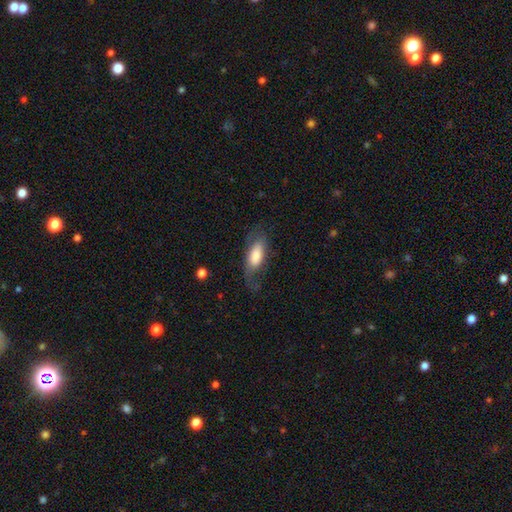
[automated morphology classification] Smooth or featured?
  - smooth: 61% *
  - featured or disk: 32%
  - star or artifact: 7%
How rounded?
  - in between: 79% *
  - cigar-shaped: 18%
  - round: 3%
Merging?
  - none: 54% *
  - minor disturbance: 25%
  - major disturbance: 19%
  - merger: 2%